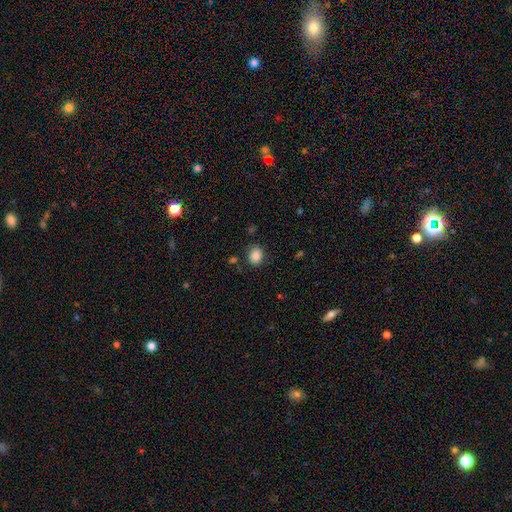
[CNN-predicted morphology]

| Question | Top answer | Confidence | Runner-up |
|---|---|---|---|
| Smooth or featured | smooth | 84% | star or artifact (9%) |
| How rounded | round | 54% | in between (46%) |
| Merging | none | 82% | minor disturbance (12%) |